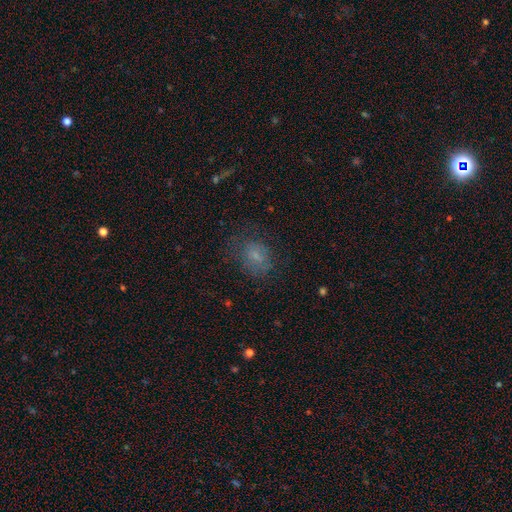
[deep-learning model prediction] smooth-or-featured: smooth: 64% | featured or disk: 19% | star or artifact: 16%
  how-rounded: in between: 54% | round: 44% | cigar-shaped: 1%
  merging: none: 59% | minor disturbance: 22% | major disturbance: 17% | merger: 2%